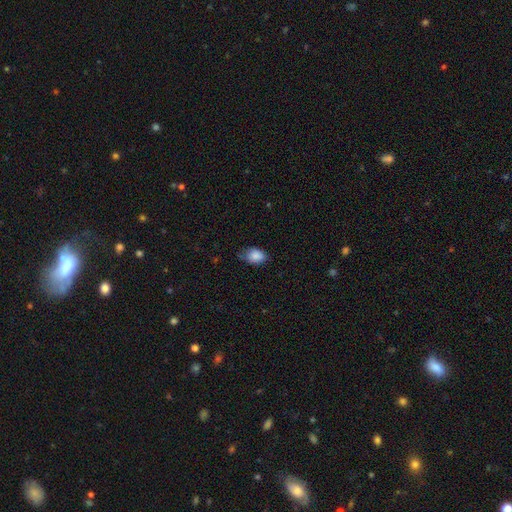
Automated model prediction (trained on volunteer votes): Overall: smooth (86%). How rounded: in between (79%). Merging: none (60%; minor disturbance 32%).